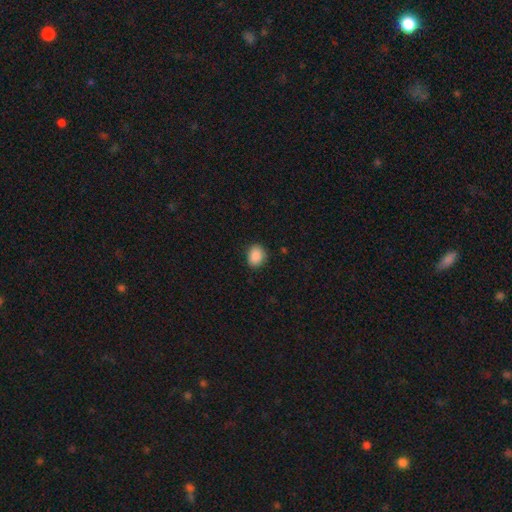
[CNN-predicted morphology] smooth 89%, star or artifact 8%, featured or disk 3%. Down the decision tree: how rounded — in between (50%); merging — none (87%).